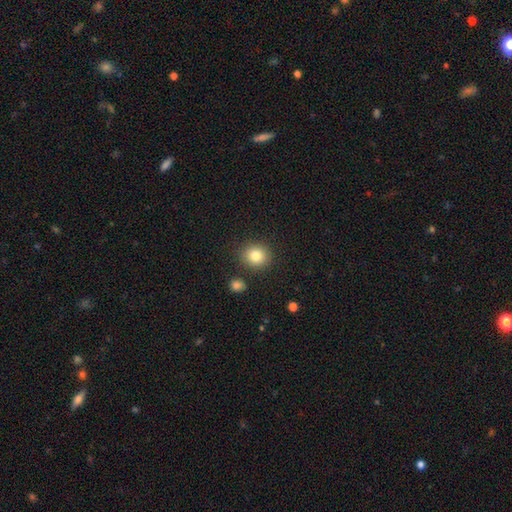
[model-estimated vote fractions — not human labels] This appears to be a smooth galaxy with no disk features (82%) that is round (79%). Merging: none (86%).